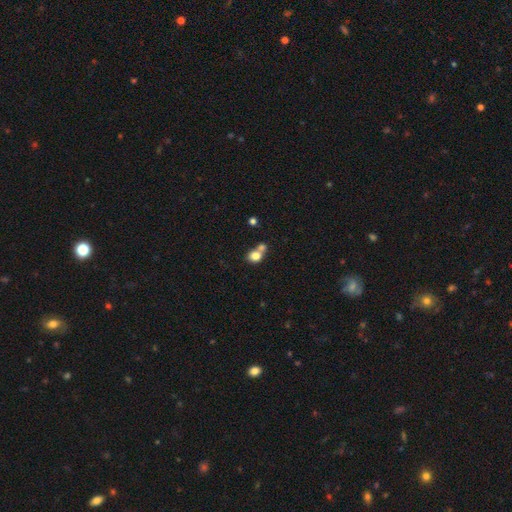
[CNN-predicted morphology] Smooth or featured? Predicted: smooth (p=0.80). How rounded? Predicted: round (p=0.51). Merging? Predicted: merger (p=0.53).